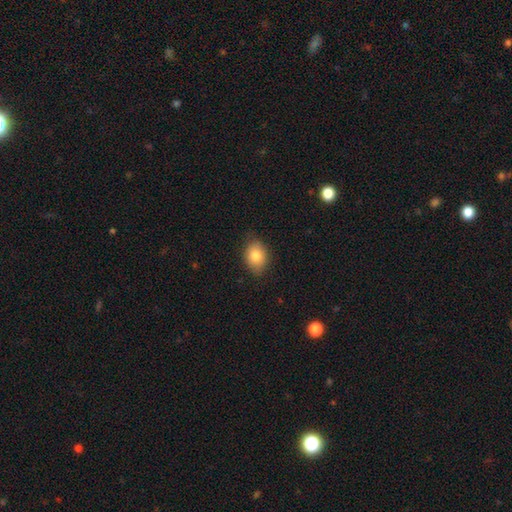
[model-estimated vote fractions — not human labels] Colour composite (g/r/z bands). It shows a smooth galaxy with no disk features (81%) that is in between round and cigar-shaped (71%). Merging: none (82%).